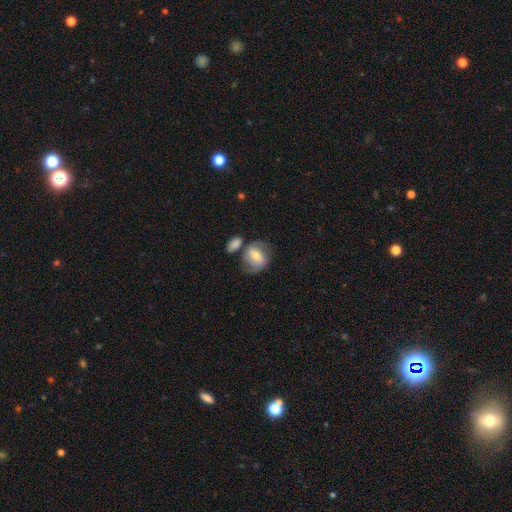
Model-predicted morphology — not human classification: Overall: smooth (49%; featured or disk 44%). Merging: none (52%; merger 22%).